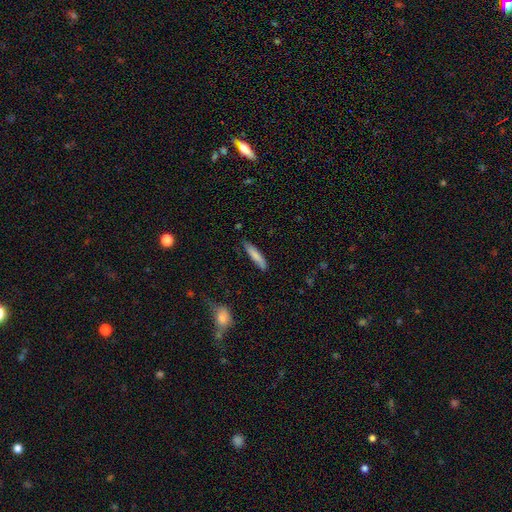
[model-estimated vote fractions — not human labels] This appears to be a smooth galaxy with no disk features (79%) that is cigar-shaped (87%). Merging: none (79%).